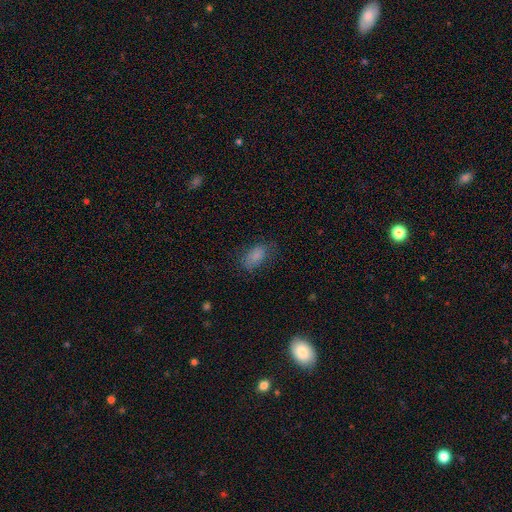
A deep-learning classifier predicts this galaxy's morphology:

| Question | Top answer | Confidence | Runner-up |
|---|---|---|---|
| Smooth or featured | smooth | 82% | star or artifact (10%) |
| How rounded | in between | 90% | round (6%) |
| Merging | none | 71% | minor disturbance (19%) |